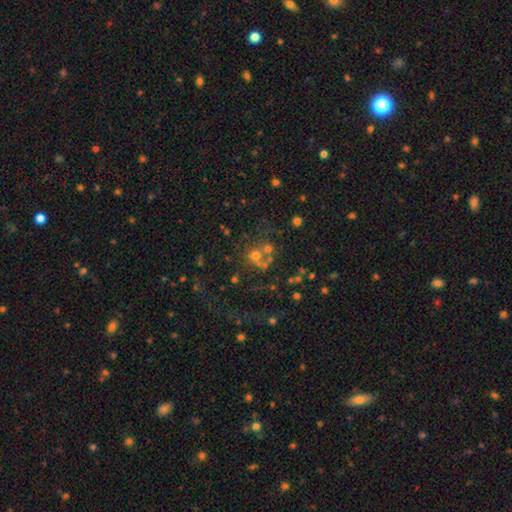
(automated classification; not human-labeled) Smooth or featured? Predicted: smooth (p=0.55). How rounded? Predicted: round (p=0.85). Merging? Predicted: none (p=0.51).